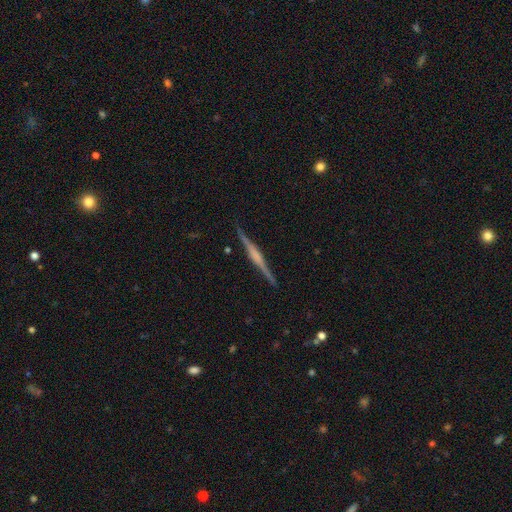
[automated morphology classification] This is clearly a featured or disk galaxy (81%). It is clearly viewed edge-on (98%). Edge-on bulge: possibly rounded (49%). Merging: clearly none (91%).